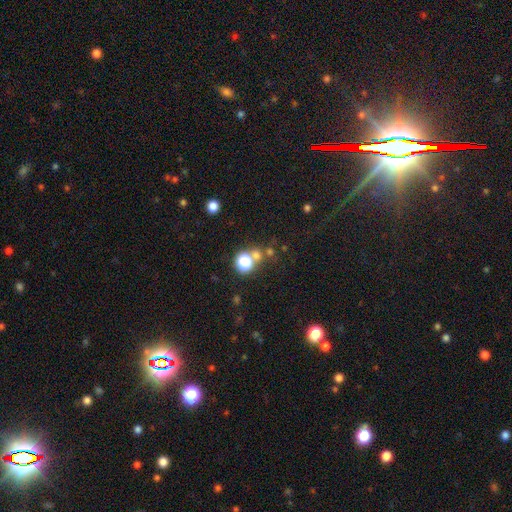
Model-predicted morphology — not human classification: Smooth or featured: smooth — 58% (star or artifact — 32%)
How rounded: round — 85% (in between — 14%)
Merging: none — 58% (merger — 28%)